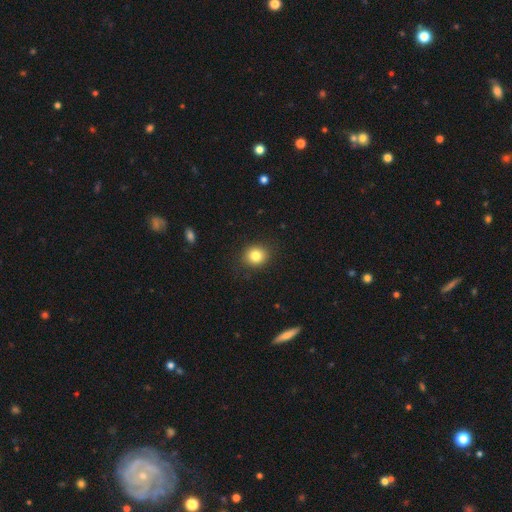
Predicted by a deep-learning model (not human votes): Smooth or featured: smooth — 82% (star or artifact — 11%)
How rounded: round — 75% (in between — 24%)
Merging: none — 88% (minor disturbance — 8%)